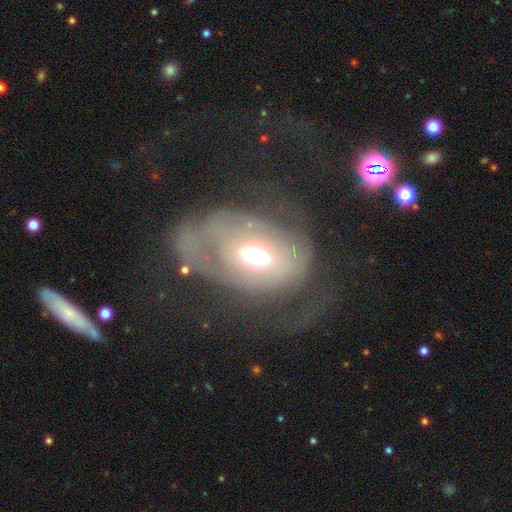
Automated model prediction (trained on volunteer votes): A featured or disk galaxy (59%) with no bar (67%), no spiral arms (53%) and a moderate central bulge (63%).

Vote fractions:
- Smooth or featured? featured or disk: 59% / smooth: 33% / star or artifact: 8%
- Edge-on disk? no: 94% / yes: 6%
- Bar? no: 67% / weak: 25% / strong: 8%
- Spiral arms? no: 53% / yes: 47%
- Bulge size? moderate: 63% / large: 23% / small: 9% / dominant: 3% / none: 1%
- Merging? major disturbance: 52% / none: 26% / minor disturbance: 19% / merger: 3%